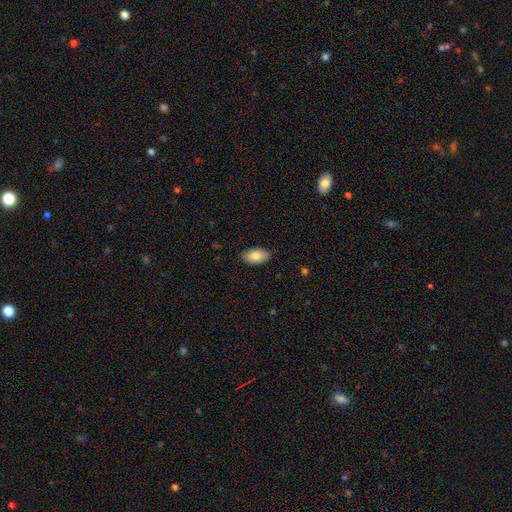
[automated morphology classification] A smooth galaxy with no disk features (81%) that is in between round and cigar-shaped (94%).

Vote fractions:
- Smooth or featured? smooth: 81% / featured or disk: 12% / star or artifact: 6%
- How rounded? in between: 94% / round: 4% / cigar-shaped: 2%
- Merging? none: 84% / minor disturbance: 13% / major disturbance: 2% / merger: 1%